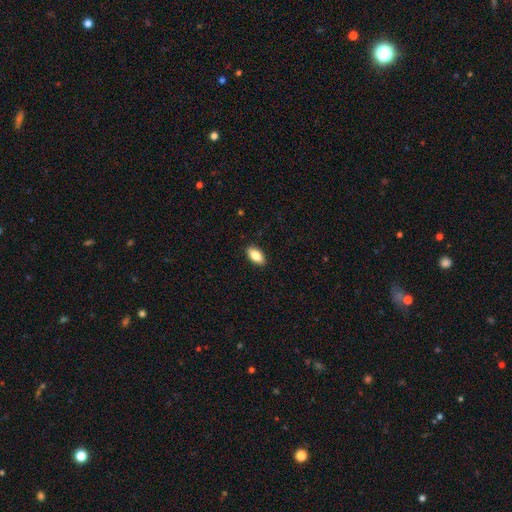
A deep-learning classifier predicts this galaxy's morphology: Smooth or featured: smooth — 82% (featured or disk — 11%)
How rounded: in between — 90% (cigar-shaped — 7%)
Merging: none — 90% (minor disturbance — 8%)